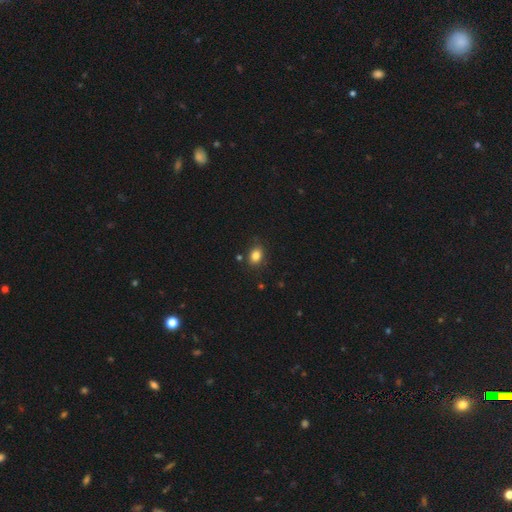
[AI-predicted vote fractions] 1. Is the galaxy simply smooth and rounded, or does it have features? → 84% smooth, 11% star or artifact, 6% featured or disk.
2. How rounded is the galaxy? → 68% in between, 31% round, 1% cigar-shaped.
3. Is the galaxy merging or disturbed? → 83% none, 11% minor disturbance, 3% merger, 3% major disturbance.